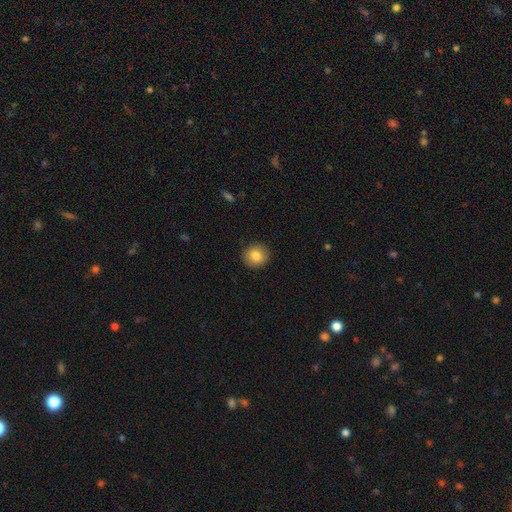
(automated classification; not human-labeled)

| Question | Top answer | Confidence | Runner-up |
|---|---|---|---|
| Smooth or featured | smooth | 84% | star or artifact (9%) |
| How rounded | round | 90% | in between (9%) |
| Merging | none | 91% | minor disturbance (6%) |